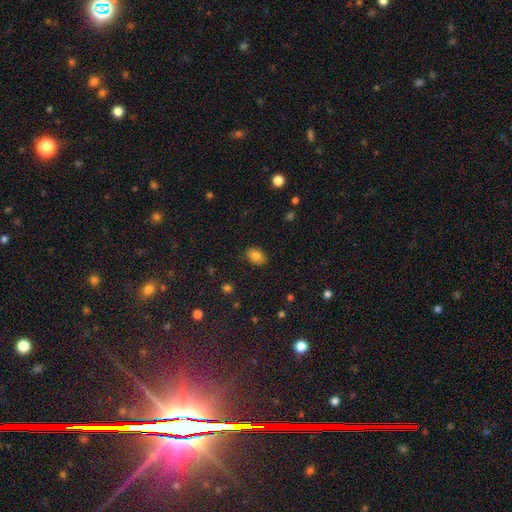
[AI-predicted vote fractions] smooth-or-featured: smooth: 84% | star or artifact: 10% | featured or disk: 6%
  how-rounded: in between: 79% | round: 20% | cigar-shaped: 1%
  merging: none: 84% | minor disturbance: 12% | major disturbance: 3% | merger: 1%